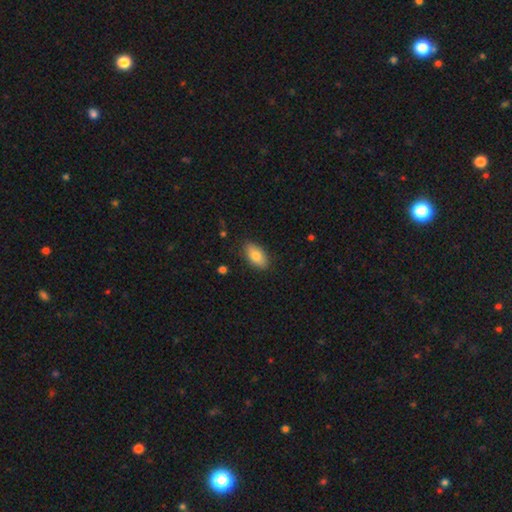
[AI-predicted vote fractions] smooth-or-featured: smooth: 80% | featured or disk: 13% | star or artifact: 7%
  how-rounded: in between: 91% | cigar-shaped: 6% | round: 4%
  merging: none: 86% | minor disturbance: 11% | major disturbance: 2% | merger: 1%